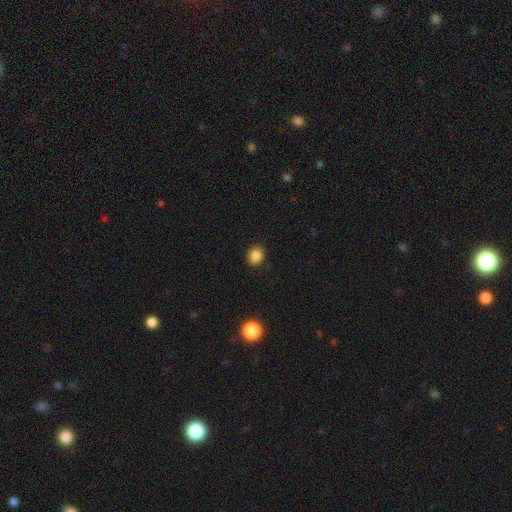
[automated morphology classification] This appears to be a smooth galaxy with no disk features (85%) that is round (62%). Merging: none (88%).